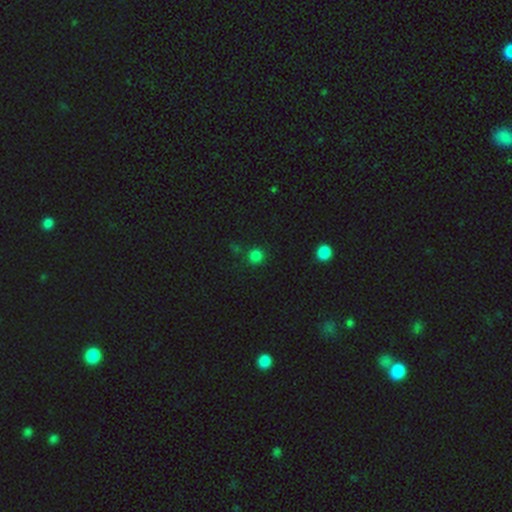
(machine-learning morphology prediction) Q: Smooth or featured?
A: smooth (80%); runner-up: star or artifact (17%)
Q: How rounded?
A: round (93%); runner-up: in between (6%)
Q: Merging?
A: none (84%); runner-up: minor disturbance (8%)